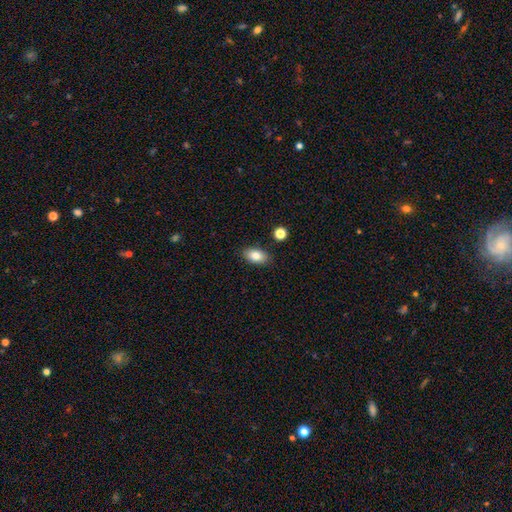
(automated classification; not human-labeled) This appears to be a smooth galaxy with no disk features (81%) that is in between round and cigar-shaped (91%). Merging: none (86%).